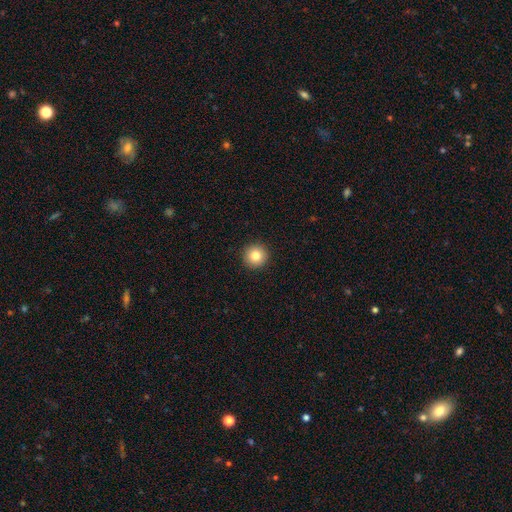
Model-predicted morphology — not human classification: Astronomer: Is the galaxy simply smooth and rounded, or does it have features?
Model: smooth — 83%.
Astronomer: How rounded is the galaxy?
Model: round — 96%.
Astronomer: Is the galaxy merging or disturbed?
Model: none — 93%.